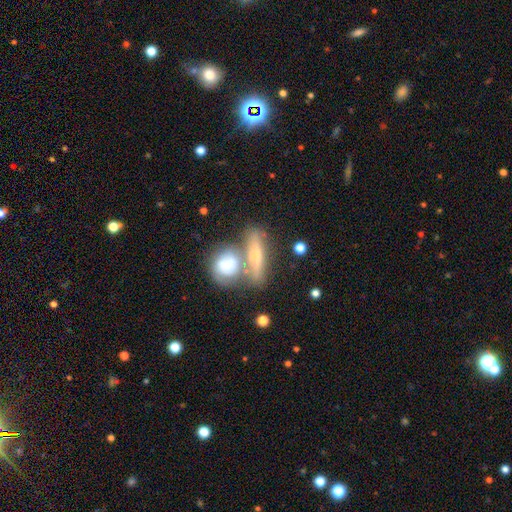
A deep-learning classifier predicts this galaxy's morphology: Smooth or featured? Predicted: featured or disk (p=0.48). Merging? Predicted: none (p=0.41).